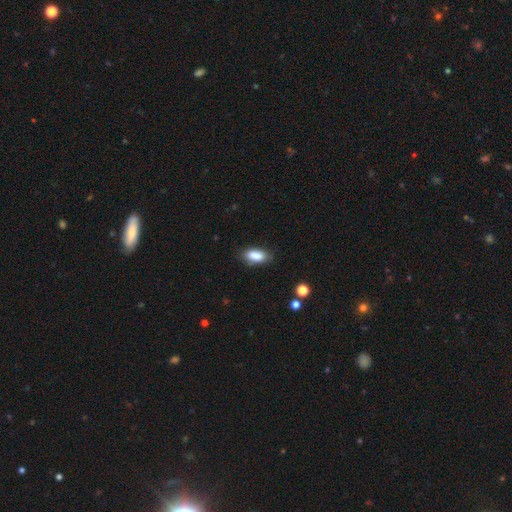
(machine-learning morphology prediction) smooth 87%, star or artifact 7%, featured or disk 6%. Down the decision tree: how rounded — in between (87%); merging — none (80%).